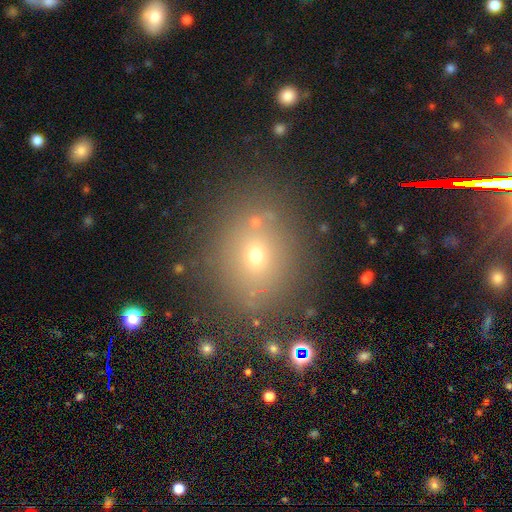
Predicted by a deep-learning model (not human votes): Smooth or featured: smooth — 58% (star or artifact — 28%)
How rounded: round — 60% (in between — 38%)
Merging: none — 80% (minor disturbance — 9%)